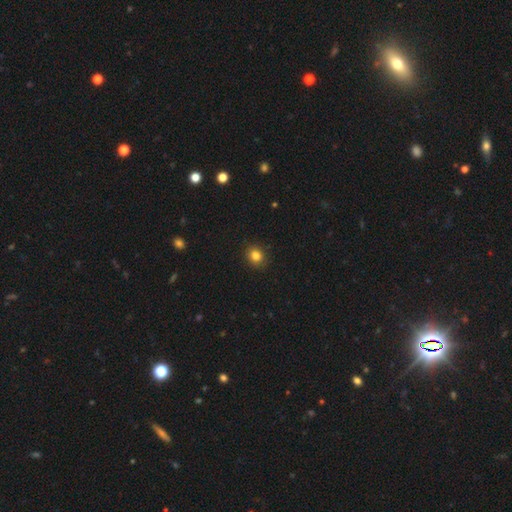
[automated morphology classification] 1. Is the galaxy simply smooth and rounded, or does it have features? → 83% smooth, 12% star or artifact, 5% featured or disk.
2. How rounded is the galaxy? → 73% round, 26% in between, 1% cigar-shaped.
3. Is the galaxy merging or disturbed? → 90% none, 7% minor disturbance, 2% major disturbance, 1% merger.